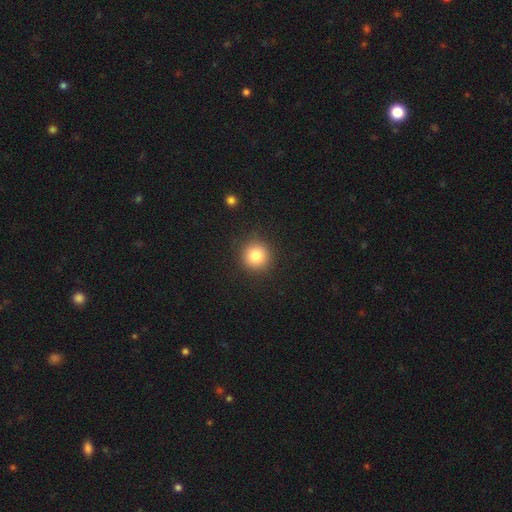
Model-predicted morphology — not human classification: Overall: smooth (81%). How rounded: round (94%). Merging: none (90%).